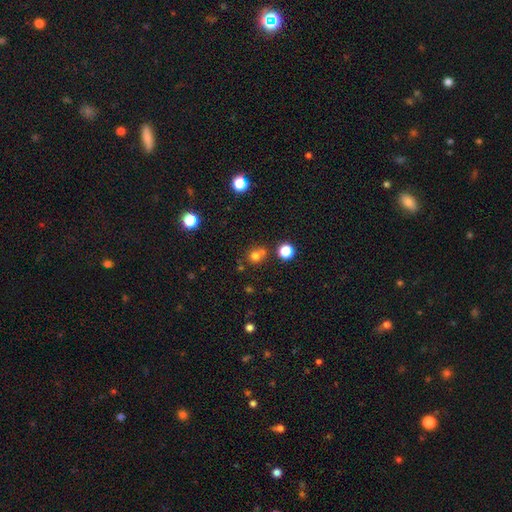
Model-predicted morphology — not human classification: Smooth or featured: smooth — 72% (star or artifact — 19%)
How rounded: round — 88% (in between — 11%)
Merging: none — 57% (merger — 33%)